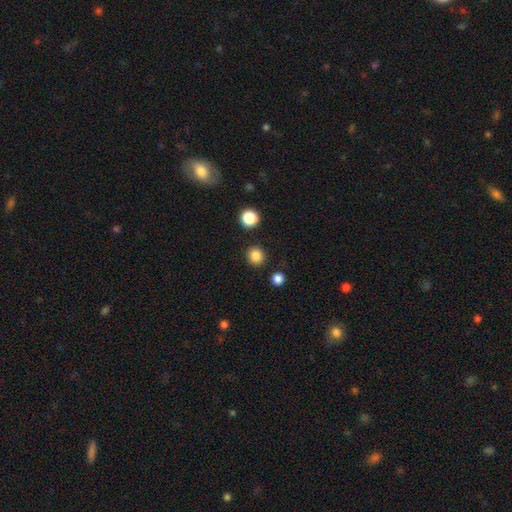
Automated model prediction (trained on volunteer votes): smooth-or-featured: smooth: 85% | star or artifact: 12% | featured or disk: 3%
  how-rounded: round: 91% | in between: 8% | cigar-shaped: 1%
  merging: none: 91% | minor disturbance: 5% | merger: 2% | major disturbance: 2%